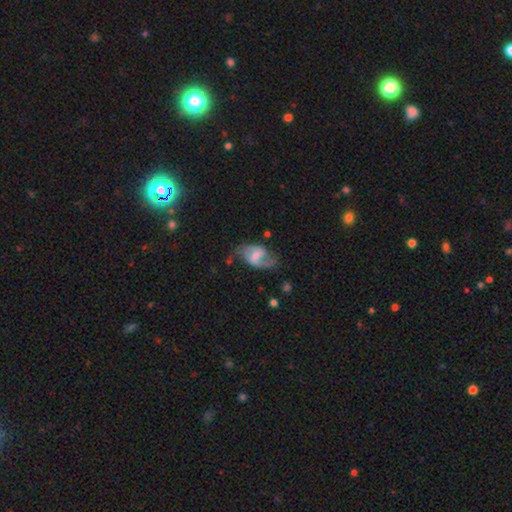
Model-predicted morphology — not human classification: This appears to be a featured or disk galaxy (82%) with a weak bar (55%), 2 (87%) medium (45%) spiral arms (94%) and a small central bulge (44%). Merging: none (66%).